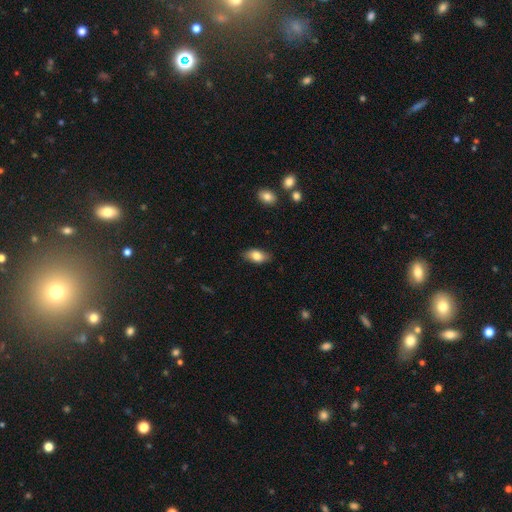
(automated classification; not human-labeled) This is clearly a smooth galaxy (80%). How rounded: clearly in between (89%). Merging: clearly none (84%).